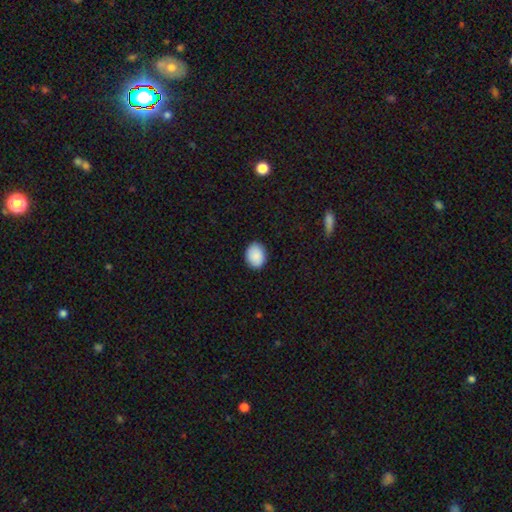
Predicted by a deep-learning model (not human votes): Smooth or featured? smooth (90%)
How rounded? in between (66%)
Merging? none (89%)